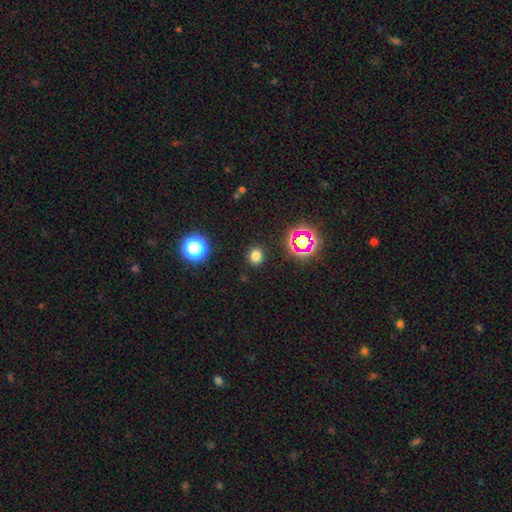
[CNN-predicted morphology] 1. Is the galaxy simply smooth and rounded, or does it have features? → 74% smooth, 20% star or artifact, 5% featured or disk.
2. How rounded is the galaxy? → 80% round, 18% in between, 1% cigar-shaped.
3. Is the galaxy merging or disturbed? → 90% none, 6% minor disturbance, 3% major disturbance, 1% merger.